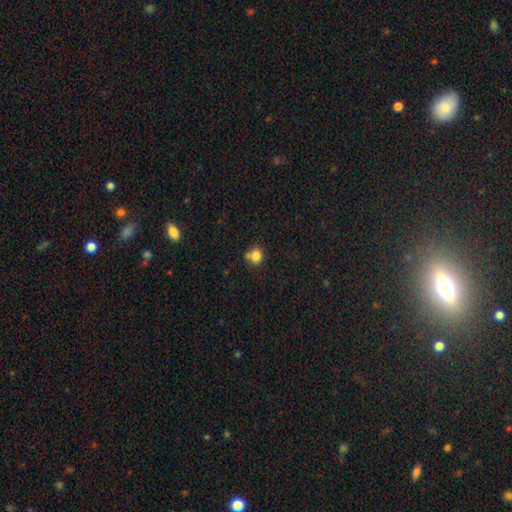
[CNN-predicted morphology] smooth_or_featured: smooth (p=0.82) [alt: star or artifact p=0.11]
how_rounded: round (p=0.73) [alt: in between p=0.26]
merging: none (p=0.58) [alt: merger p=0.20]